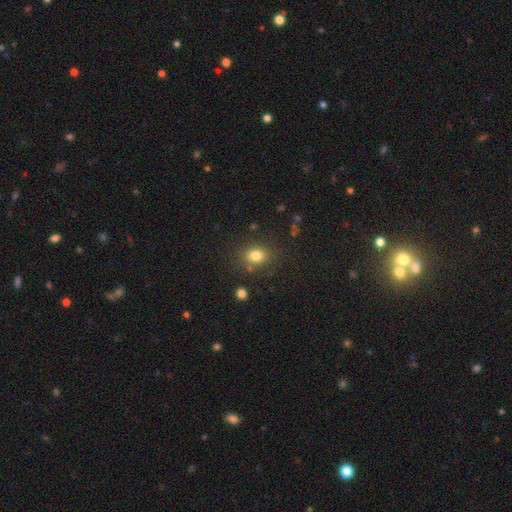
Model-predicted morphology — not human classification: smooth-or-featured: smooth: 80% | star or artifact: 13% | featured or disk: 7%
  how-rounded: round: 60% | in between: 40% | cigar-shaped: 1%
  merging: none: 78% | minor disturbance: 13% | merger: 5% | major disturbance: 4%